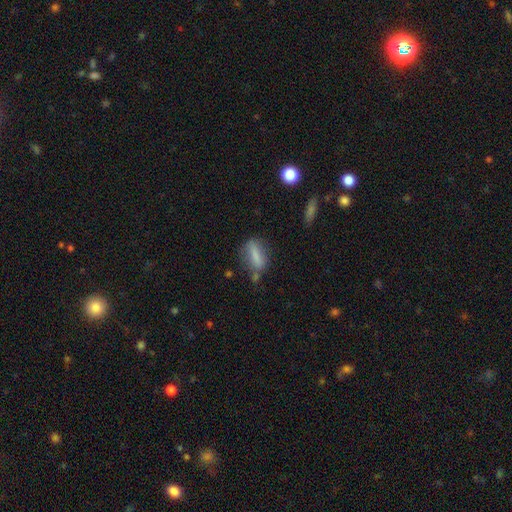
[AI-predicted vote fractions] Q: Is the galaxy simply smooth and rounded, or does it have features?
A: smooth — 71%.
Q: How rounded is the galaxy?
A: in between — 63%.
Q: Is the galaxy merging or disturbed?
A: none — 58%.